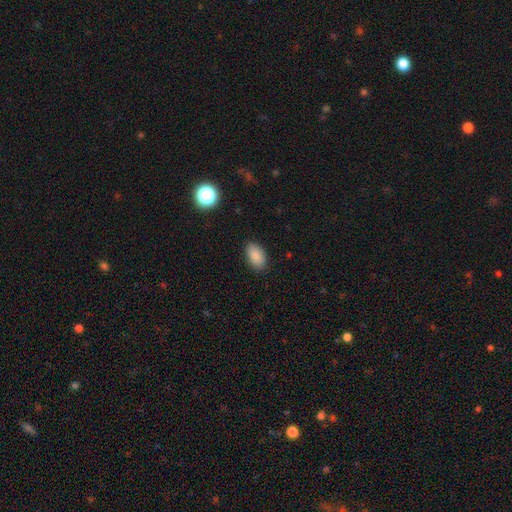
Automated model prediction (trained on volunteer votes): This appears to be a smooth galaxy with no disk features (88%) that is in between round and cigar-shaped (92%). Merging: none (86%).